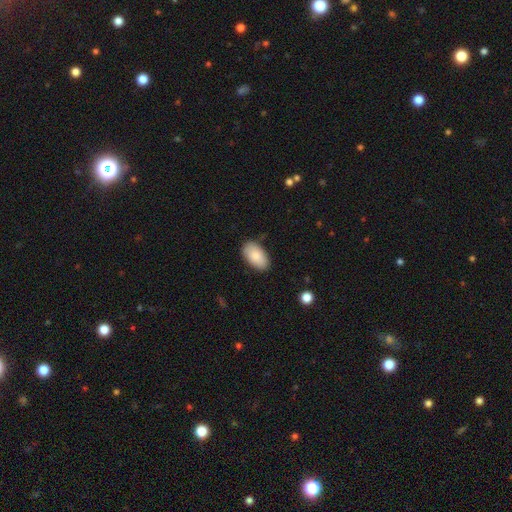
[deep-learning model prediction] Overall: smooth (84%). How rounded: in between (95%). Merging: none (82%).